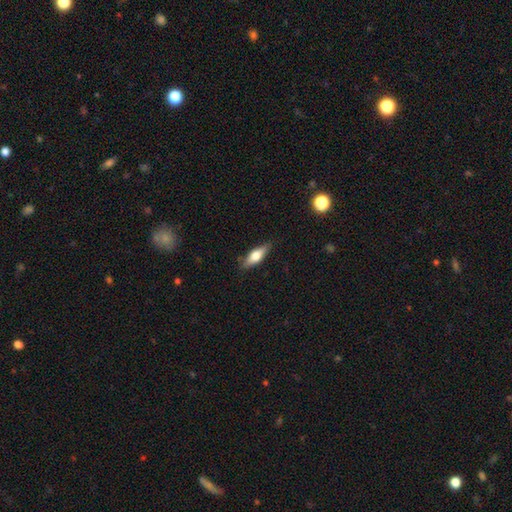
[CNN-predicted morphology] smooth_or_featured: smooth (p=0.61) [alt: featured or disk p=0.33]
how_rounded: in between (p=0.57) [alt: cigar-shaped p=0.40]
merging: none (p=0.82) [alt: minor disturbance p=0.14]